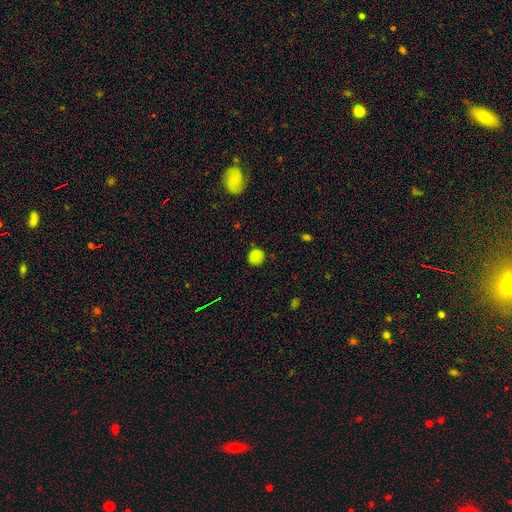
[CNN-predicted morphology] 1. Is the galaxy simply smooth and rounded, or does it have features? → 81% smooth, 14% star or artifact, 5% featured or disk.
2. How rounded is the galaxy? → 85% round, 14% in between, 1% cigar-shaped.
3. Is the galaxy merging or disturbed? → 79% none, 16% minor disturbance, 3% major disturbance, 2% merger.